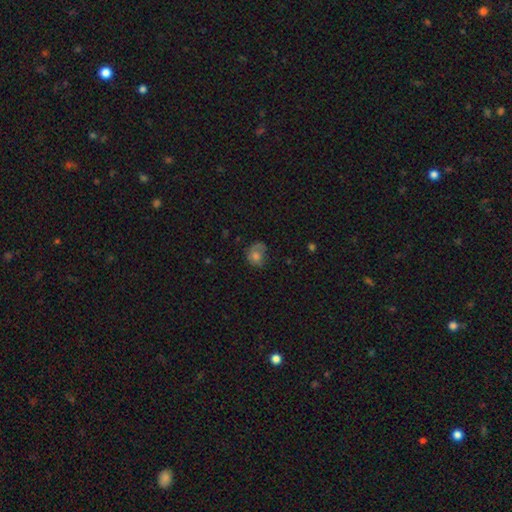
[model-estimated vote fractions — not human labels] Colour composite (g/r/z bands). It shows a smooth galaxy with no disk features (63%) that is round (60%). Merging: none (44%).